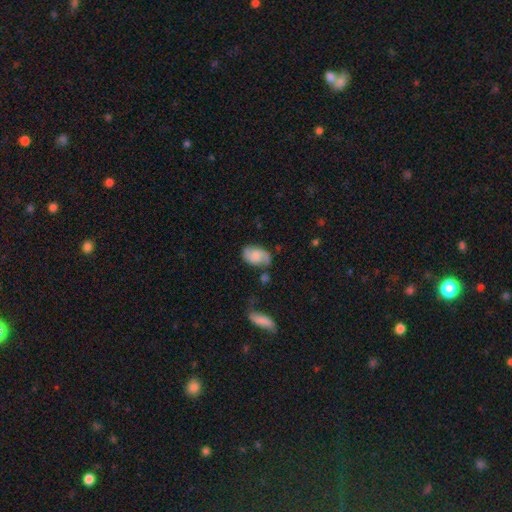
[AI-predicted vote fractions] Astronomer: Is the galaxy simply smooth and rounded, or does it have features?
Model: featured or disk — 50% (runner-up: smooth, 42%).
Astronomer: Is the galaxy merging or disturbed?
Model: none — 60%.